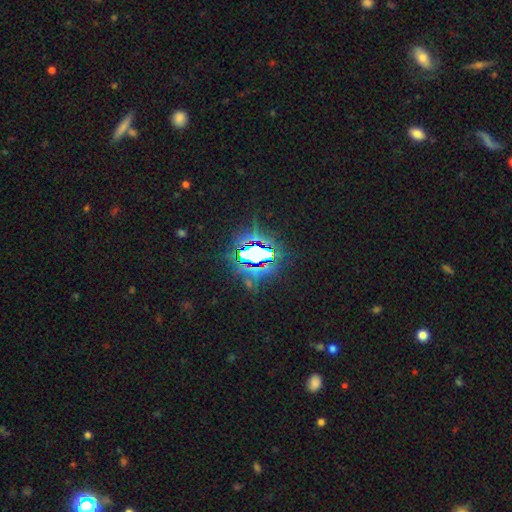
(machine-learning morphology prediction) Smooth or featured? Predicted: star or artifact (p=0.73).